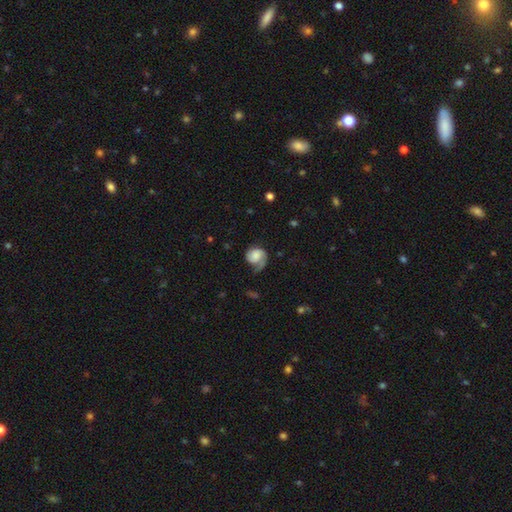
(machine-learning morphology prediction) smooth-or-featured: featured or disk: 51% | smooth: 41% | star or artifact: 8%
  disk-edge-on: no: 97% | yes: 3%
    bar: no: 72% | weak: 23% | strong: 5%
    has-spiral-arms: yes: 88% | no: 12%
    bulge-size: large: 29% | none: 25% | moderate: 19% | small: 16% | dominant: 10%
  merging: none: 42% | major disturbance: 31% | minor disturbance: 25% | merger: 2%